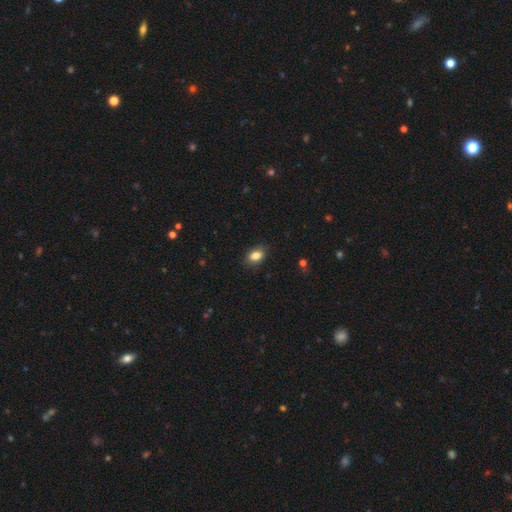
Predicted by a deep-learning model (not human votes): A smooth galaxy with no disk features (85%) that is in between round and cigar-shaped (83%).

Vote fractions:
- Smooth or featured? smooth: 85% / star or artifact: 9% / featured or disk: 6%
- How rounded? in between: 83% / round: 15% / cigar-shaped: 2%
- Merging? none: 85% / minor disturbance: 12% / major disturbance: 3% / merger: 1%